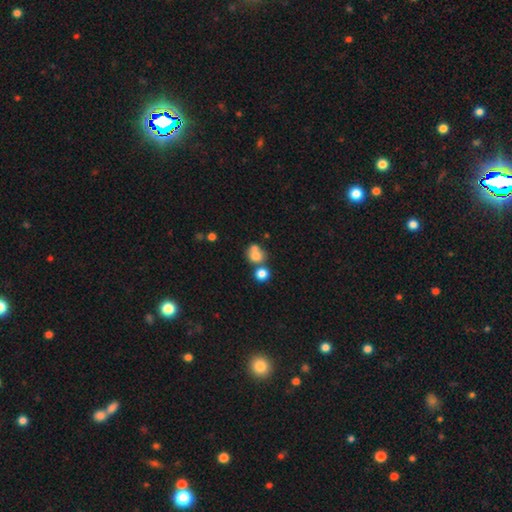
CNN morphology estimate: Overall: smooth (73%). How rounded: round (76%). Merging: merger (45%; none 40%).